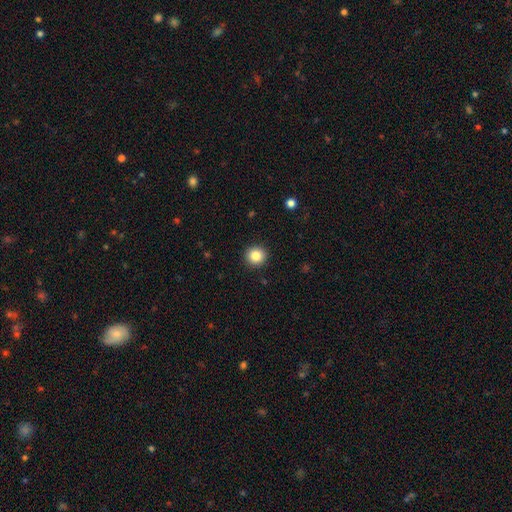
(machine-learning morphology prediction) Smooth or featured? smooth (85%)
How rounded? round (93%)
Merging? none (92%)